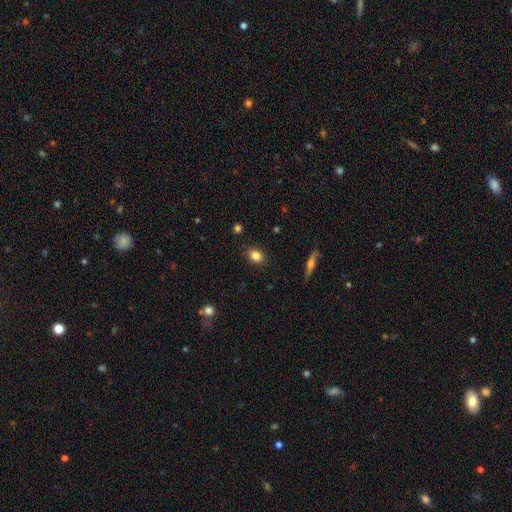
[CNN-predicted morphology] Smooth or featured? smooth (84%)
How rounded? in between (57%)
Merging? none (87%)